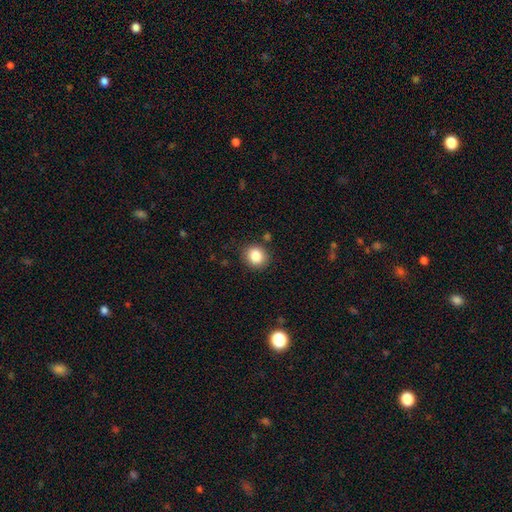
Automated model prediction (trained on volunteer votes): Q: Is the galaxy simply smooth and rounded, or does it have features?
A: smooth — 85%.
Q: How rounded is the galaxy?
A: round — 81%.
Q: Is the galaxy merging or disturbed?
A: none — 87%.